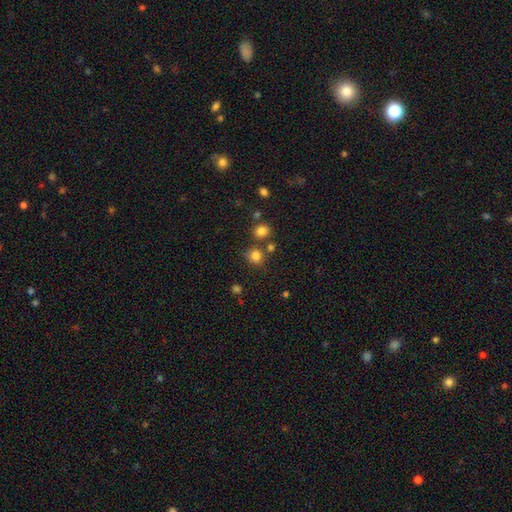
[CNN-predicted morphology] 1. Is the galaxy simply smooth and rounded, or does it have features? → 80% smooth, 14% star or artifact, 5% featured or disk.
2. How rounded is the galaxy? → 82% round, 17% in between, 1% cigar-shaped.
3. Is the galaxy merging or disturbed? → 73% none, 14% merger, 10% minor disturbance, 4% major disturbance.